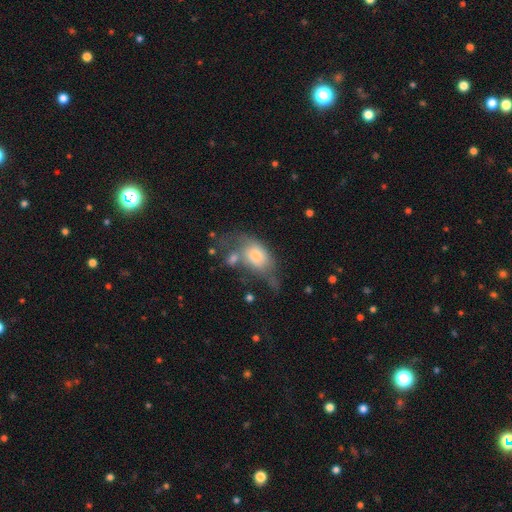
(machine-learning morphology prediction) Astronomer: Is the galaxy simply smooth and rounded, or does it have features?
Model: smooth — 59%.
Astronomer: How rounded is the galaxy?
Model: in between — 85%.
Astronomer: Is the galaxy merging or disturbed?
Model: major disturbance — 35% (runner-up: minor disturbance, 23%).